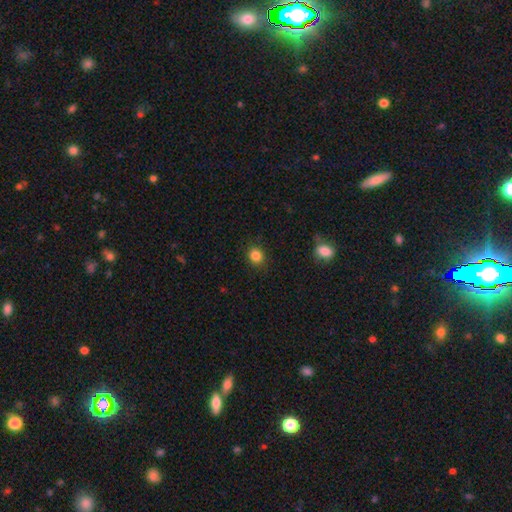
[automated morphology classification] Smooth or featured? Predicted: smooth (p=0.85). How rounded? Predicted: round (p=0.71). Merging? Predicted: none (p=0.88).